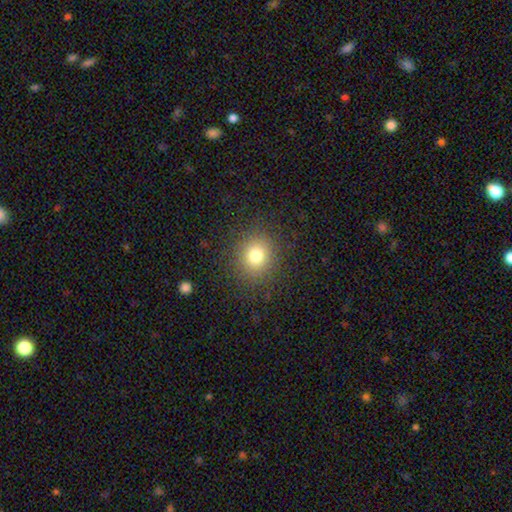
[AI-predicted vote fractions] This is likely a smooth galaxy (77%). How rounded: clearly round (83%). Merging: clearly none (88%).